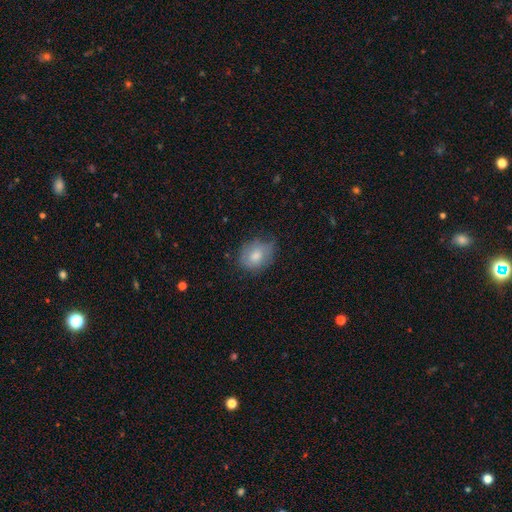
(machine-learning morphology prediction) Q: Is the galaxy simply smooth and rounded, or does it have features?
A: smooth — 73%.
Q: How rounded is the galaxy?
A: round — 50%.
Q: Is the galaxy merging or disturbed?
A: none — 57%.